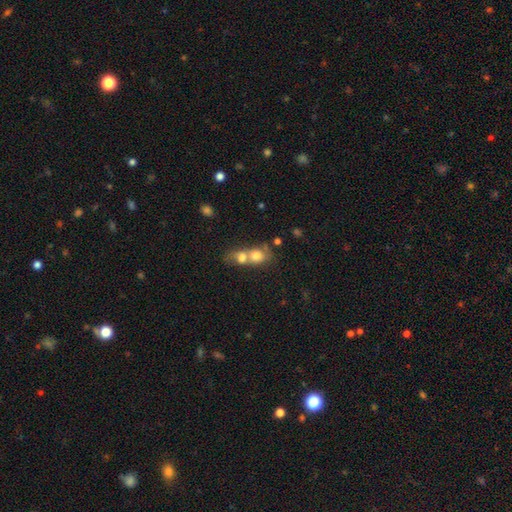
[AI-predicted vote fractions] smooth 72%, featured or disk 18%, star or artifact 10%. Down the decision tree: how rounded — round (54%); merging — merger (76%).